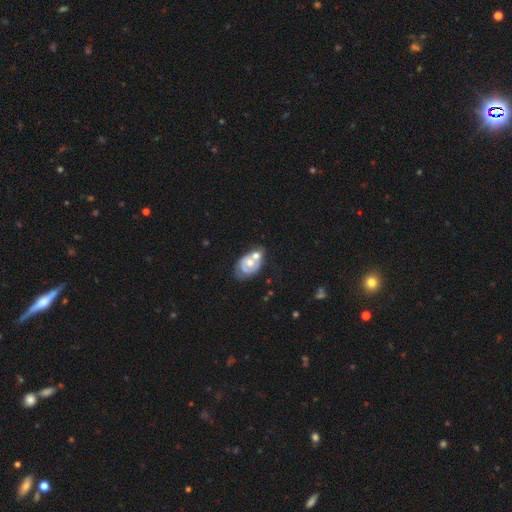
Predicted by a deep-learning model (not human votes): smooth-or-featured: featured or disk: 64% | smooth: 30% | star or artifact: 7%
  disk-edge-on: no: 97% | yes: 3%
    bar: no: 79% | weak: 17% | strong: 4%
    has-spiral-arms: yes: 52% | no: 48%
    bulge-size: moderate: 68% | small: 19% | large: 9% | none: 3% | dominant: 2%
  merging: merger: 52% | none: 26% | minor disturbance: 14% | major disturbance: 9%